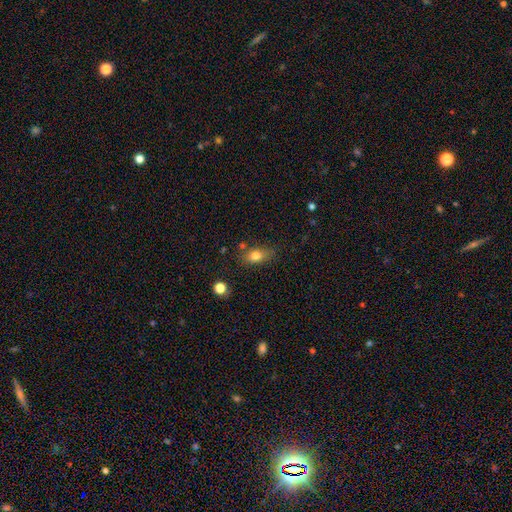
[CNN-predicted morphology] A smooth galaxy with no disk features (79%) that is in between round and cigar-shaped (73%). Merging: none (68%).